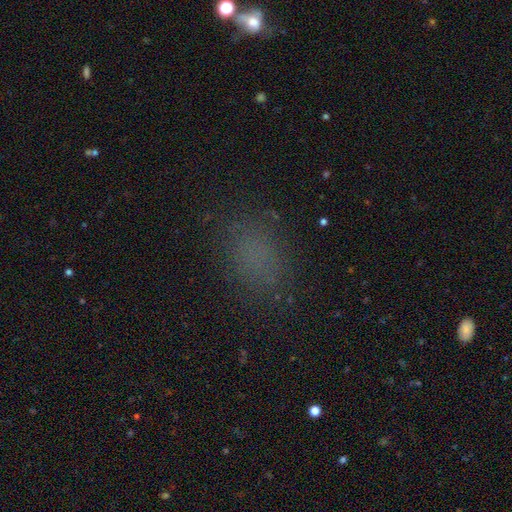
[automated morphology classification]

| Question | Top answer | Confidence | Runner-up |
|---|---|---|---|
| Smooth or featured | smooth | 72% | star or artifact (21%) |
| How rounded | in between | 74% | round (23%) |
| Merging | none | 79% | minor disturbance (13%) |